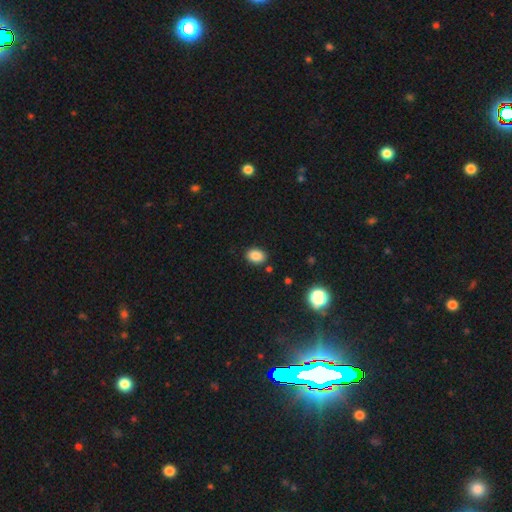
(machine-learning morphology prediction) A smooth galaxy with no disk features (86%) that is in between round and cigar-shaped (68%).

Vote fractions:
- Smooth or featured? smooth: 86% / star or artifact: 10% / featured or disk: 4%
- How rounded? in between: 68% / round: 31% / cigar-shaped: 1%
- Merging? none: 87% / minor disturbance: 9% / major disturbance: 2% / merger: 2%